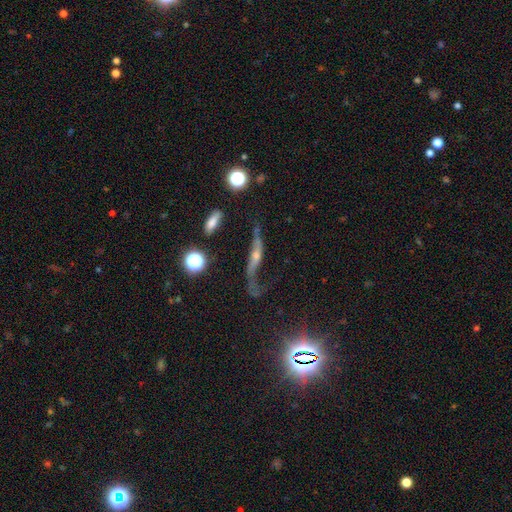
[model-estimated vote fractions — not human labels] featured or disk 74%, smooth 14%, star or artifact 13%. Down the decision tree: edge-on disk — no (60%); merging — none (48%).